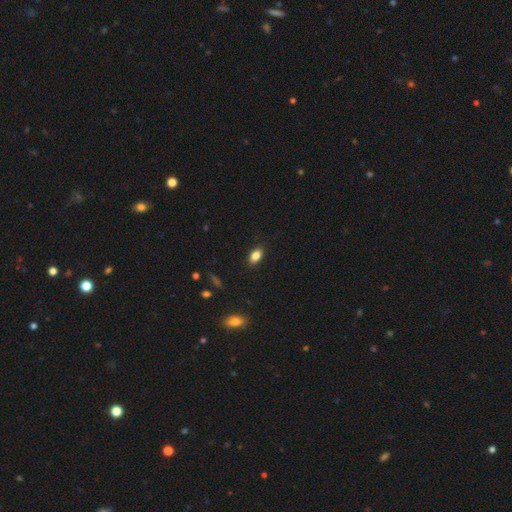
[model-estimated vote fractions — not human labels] Overall: smooth (83%). How rounded: in between (87%). Merging: none (87%).